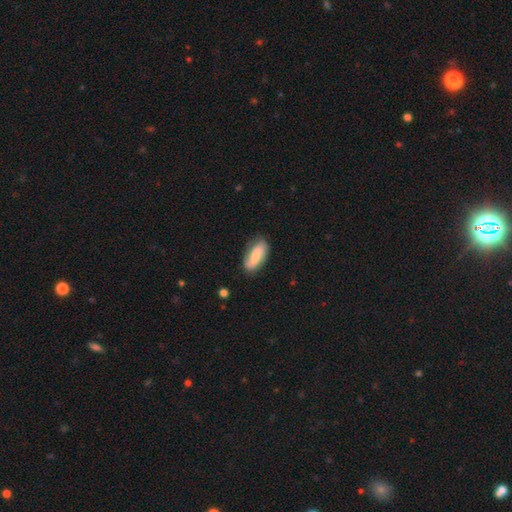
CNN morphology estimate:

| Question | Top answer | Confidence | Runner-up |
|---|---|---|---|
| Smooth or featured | smooth | 52% | featured or disk (42%) |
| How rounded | in between | 87% | cigar-shaped (10%) |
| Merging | none | 76% | minor disturbance (19%) |